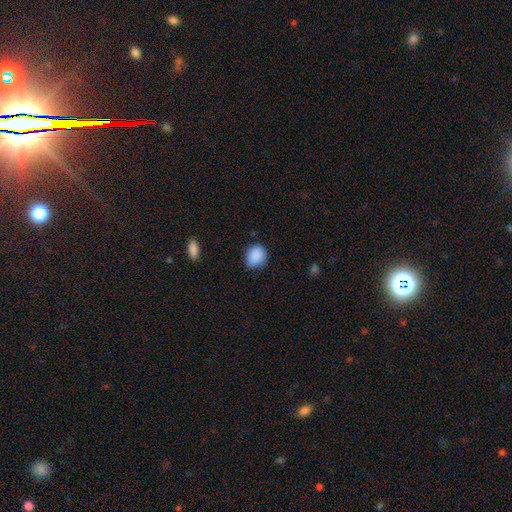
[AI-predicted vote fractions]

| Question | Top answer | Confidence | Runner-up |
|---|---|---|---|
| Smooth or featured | smooth | 89% | star or artifact (8%) |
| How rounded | round | 66% | in between (33%) |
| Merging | none | 74% | minor disturbance (21%) |